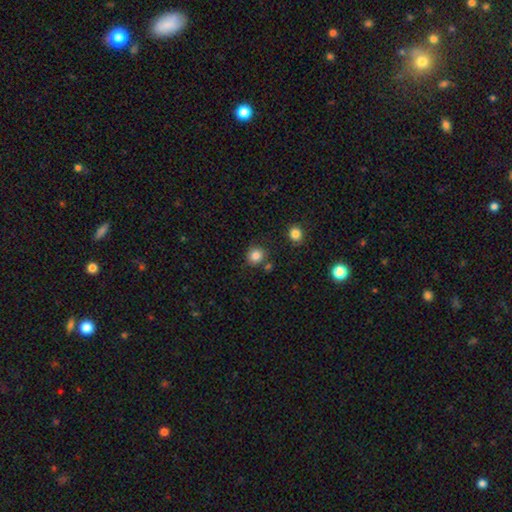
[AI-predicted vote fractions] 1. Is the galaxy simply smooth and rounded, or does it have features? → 83% smooth, 11% star or artifact, 5% featured or disk.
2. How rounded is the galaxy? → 86% round, 13% in between, 1% cigar-shaped.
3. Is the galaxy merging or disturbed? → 83% none, 9% minor disturbance, 6% merger, 3% major disturbance.